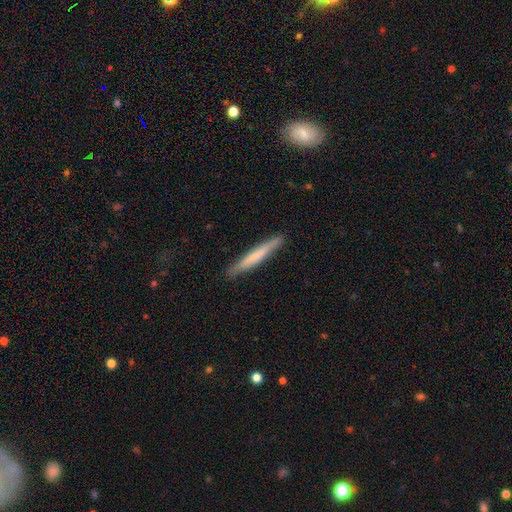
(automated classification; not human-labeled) Smooth or featured? smooth (63%)
How rounded? cigar-shaped (96%)
Merging? none (89%)